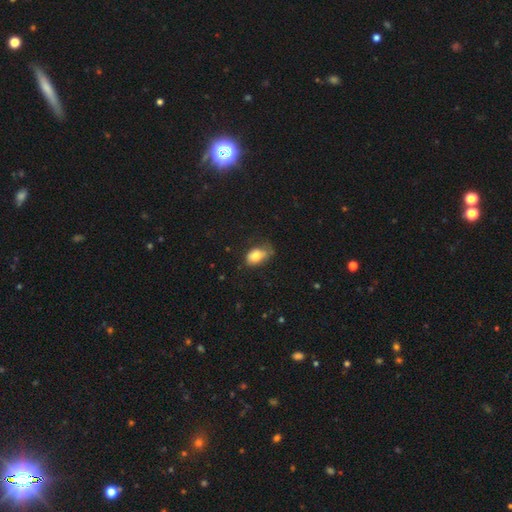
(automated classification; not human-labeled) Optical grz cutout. It shows a smooth galaxy with no disk features (78%) that is in between round and cigar-shaped (86%). Merging: none (45%).